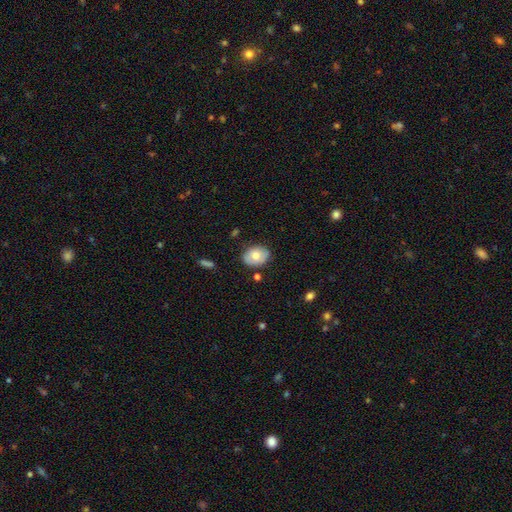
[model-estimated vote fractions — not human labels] smooth-or-featured: smooth: 70% | featured or disk: 23% | star or artifact: 7%
  how-rounded: in between: 68% | round: 31% | cigar-shaped: 1%
  merging: none: 80% | minor disturbance: 15% | major disturbance: 3% | merger: 2%